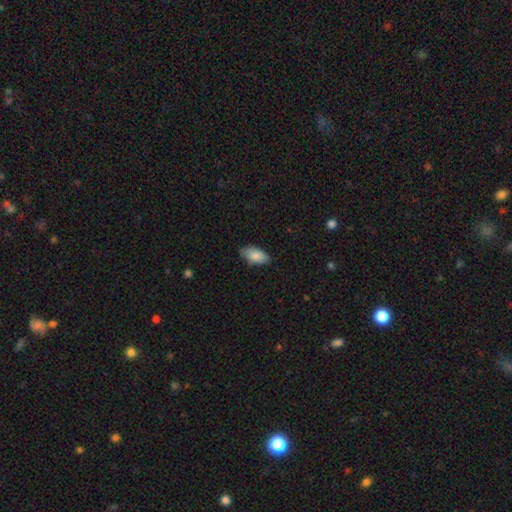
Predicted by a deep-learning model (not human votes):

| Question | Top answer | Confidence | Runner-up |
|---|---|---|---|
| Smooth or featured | smooth | 84% | featured or disk (10%) |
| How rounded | in between | 91% | cigar-shaped (7%) |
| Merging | none | 77% | minor disturbance (19%) |